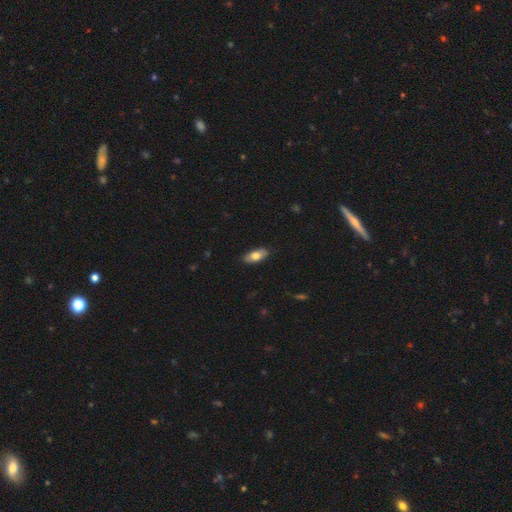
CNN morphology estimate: This appears to be a smooth galaxy with no disk features (78%) that is in between round and cigar-shaped (87%). Merging: none (86%).